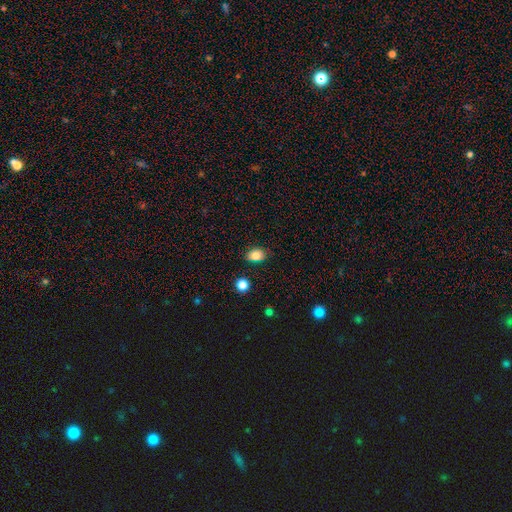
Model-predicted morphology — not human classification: Smooth or featured? Predicted: smooth (p=0.84). How rounded? Predicted: in between (p=0.70). Merging? Predicted: none (p=0.84).